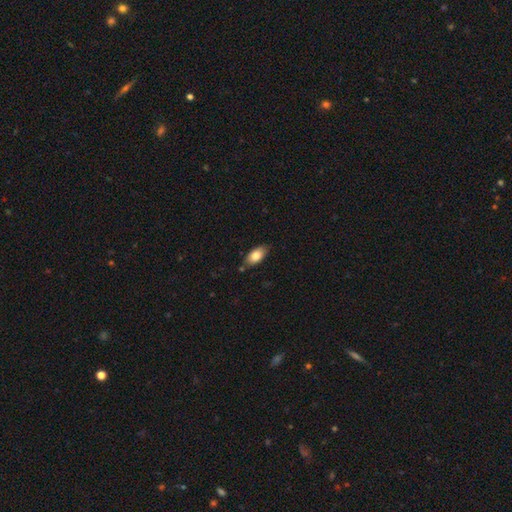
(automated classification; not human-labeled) smooth_or_featured: smooth (p=0.81) [alt: featured or disk p=0.12]
how_rounded: in between (p=0.91) [alt: cigar-shaped p=0.05]
merging: none (p=0.79) [alt: minor disturbance p=0.16]